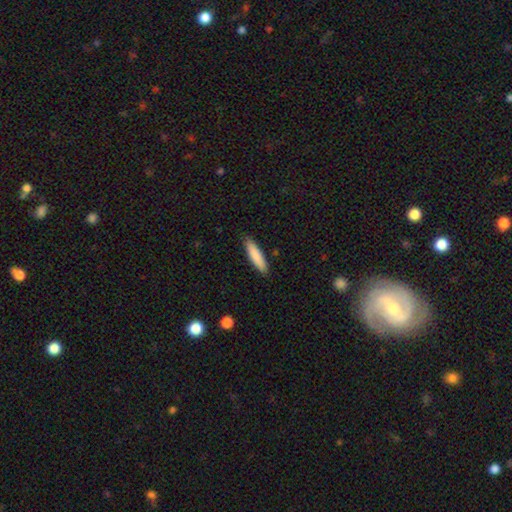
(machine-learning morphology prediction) type=smooth (85%); roundness=cigar-shaped (72%); merging=none (87%).